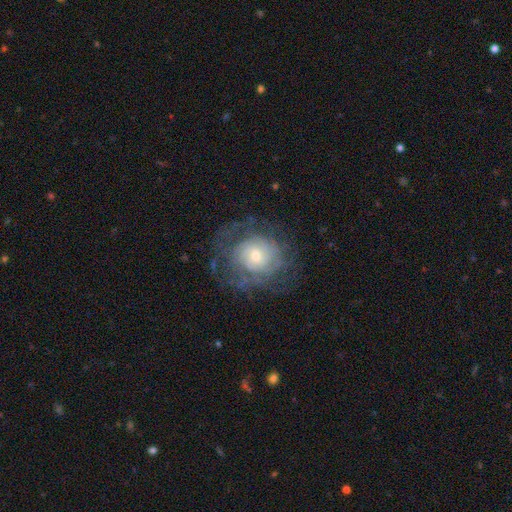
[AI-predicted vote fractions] Smooth or featured?
  - featured or disk: 71% *
  - smooth: 20%
  - star or artifact: 9%
Edge-on disk?
  - no: 97% *
  - yes: 3%
Bar?
  - no: 76% *
  - weak: 21%
  - strong: 4%
Spiral arms?
  - yes: 85% *
  - no: 15%
Spiral winding?
  - tight: 68% *
  - medium: 24%
  - loose: 8%
Spiral arm count?
  - can't tell: 57% *
  - 2: 14%
  - 3: 10%
  - 4: 9%
  - more than 4: 6%
  - 1: 5%
Bulge size?
  - small: 58% *
  - moderate: 34%
  - large: 5%
  - none: 2%
  - dominant: 1%
Merging?
  - none: 69% *
  - minor disturbance: 17%
  - major disturbance: 13%
  - merger: 1%